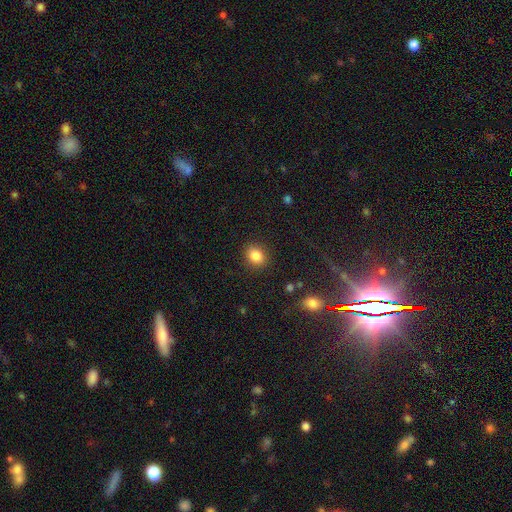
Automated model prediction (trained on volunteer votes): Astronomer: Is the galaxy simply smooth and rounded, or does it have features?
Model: smooth — 85%.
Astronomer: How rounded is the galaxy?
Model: round — 58% (runner-up: in between, 41%).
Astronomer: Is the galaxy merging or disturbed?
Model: none — 88%.